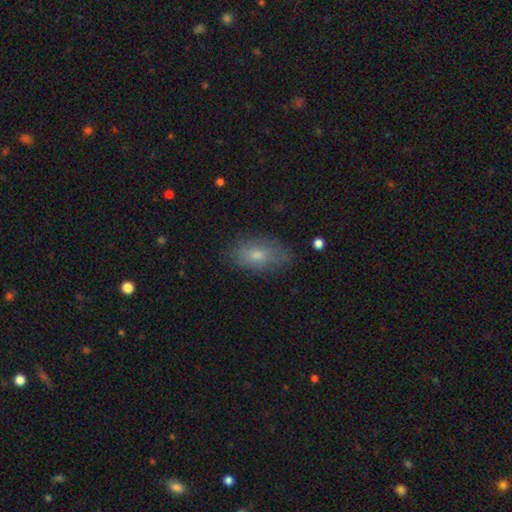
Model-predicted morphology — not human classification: type=smooth (70%); roundness=in between (90%); merging=none (76%).